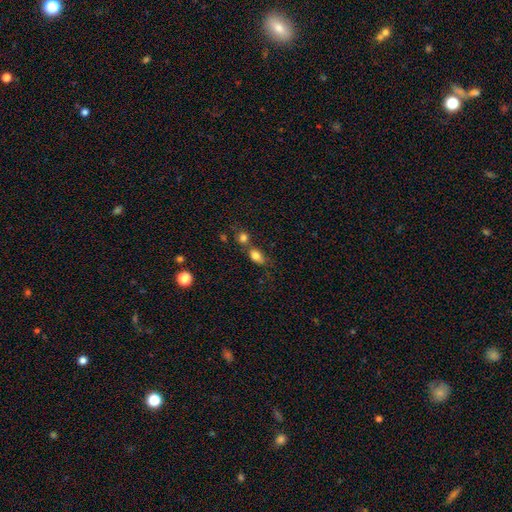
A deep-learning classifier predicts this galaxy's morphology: smooth_or_featured: smooth (p=0.79) [alt: star or artifact p=0.11]
how_rounded: in between (p=0.69) [alt: round p=0.27]
merging: none (p=0.46) [alt: merger p=0.33]